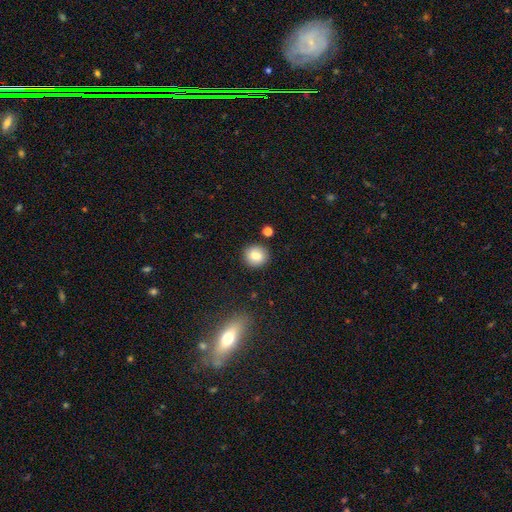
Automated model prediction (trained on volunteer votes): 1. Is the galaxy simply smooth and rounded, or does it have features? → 83% smooth, 9% star or artifact, 8% featured or disk.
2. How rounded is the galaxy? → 83% round, 16% in between, 1% cigar-shaped.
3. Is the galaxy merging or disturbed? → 86% none, 8% minor disturbance, 3% merger, 2% major disturbance.